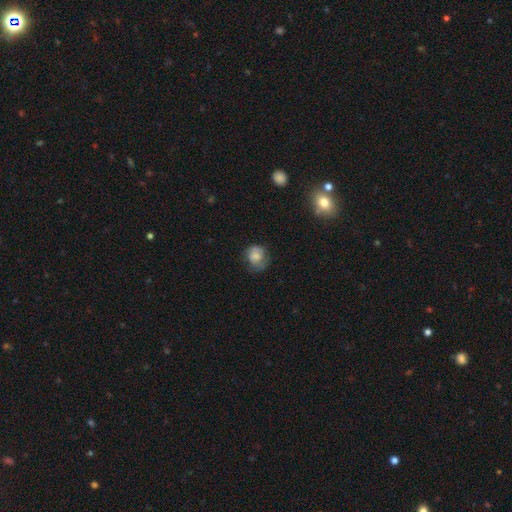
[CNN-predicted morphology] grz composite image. It shows a smooth galaxy with no disk features (68%) that is round (69%). Merging: none (54%).